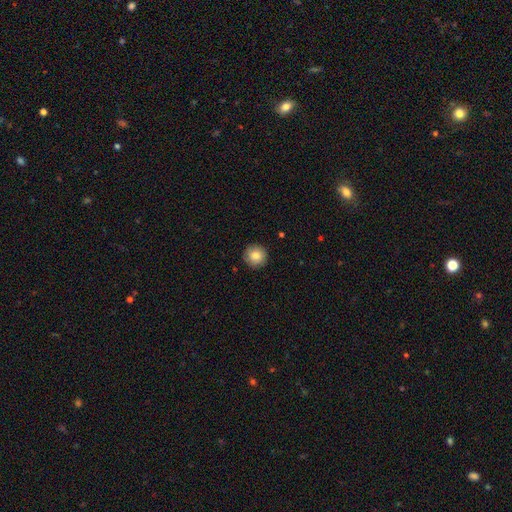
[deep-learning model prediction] Q: Smooth or featured?
A: smooth (84%); runner-up: star or artifact (8%)
Q: How rounded?
A: round (95%); runner-up: in between (4%)
Q: Merging?
A: none (90%); runner-up: minor disturbance (7%)